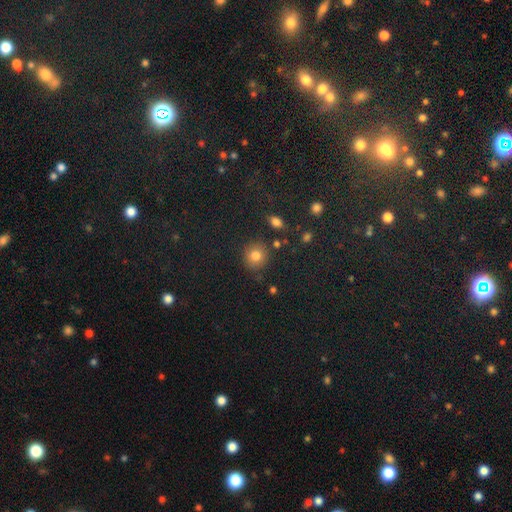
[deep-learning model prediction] Q: Smooth or featured?
A: smooth (80%); runner-up: star or artifact (12%)
Q: How rounded?
A: round (87%); runner-up: in between (12%)
Q: Merging?
A: none (82%); runner-up: minor disturbance (11%)